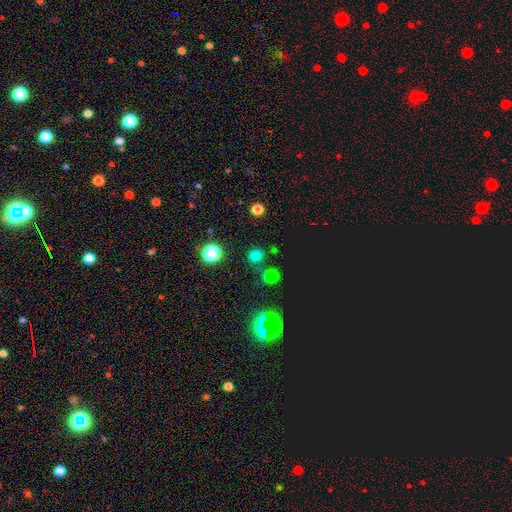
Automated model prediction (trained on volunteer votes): Morphology: type=smooth (66%); roundness=round (90%); merging=none (79%).